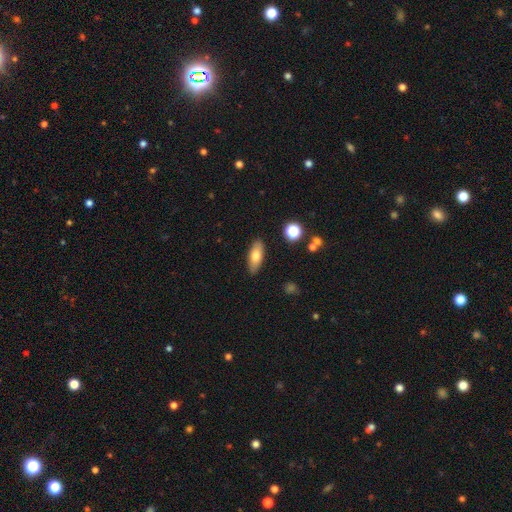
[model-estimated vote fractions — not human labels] Morphology: type=smooth (73%); roundness=in between (72%); merging=none (87%).